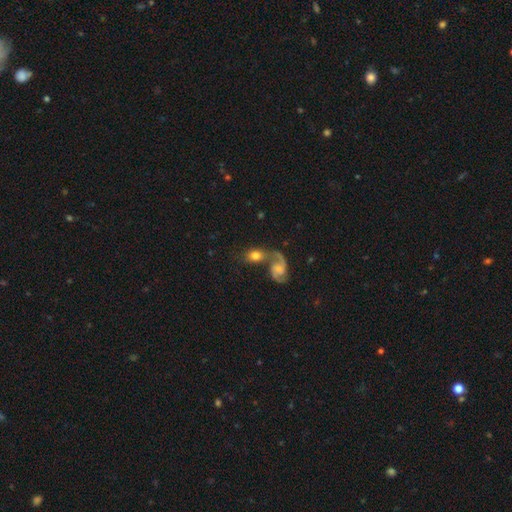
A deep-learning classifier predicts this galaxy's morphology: This appears to be a smooth galaxy with no disk features (56%) that is in between round and cigar-shaped (63%). Merging: merger (55%).